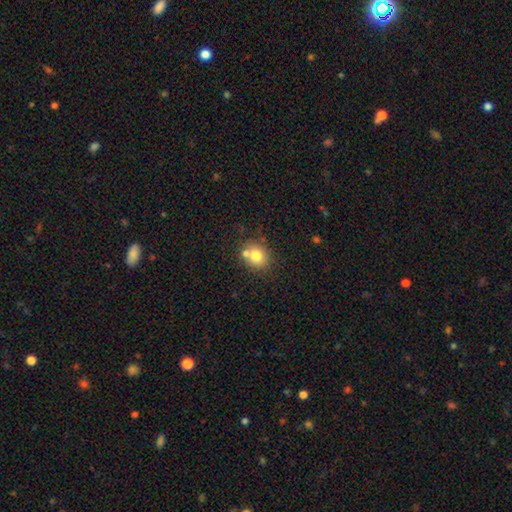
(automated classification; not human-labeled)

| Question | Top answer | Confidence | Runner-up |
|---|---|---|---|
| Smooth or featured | smooth | 76% | featured or disk (13%) |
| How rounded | round | 77% | in between (23%) |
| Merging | none | 61% | merger (25%) |